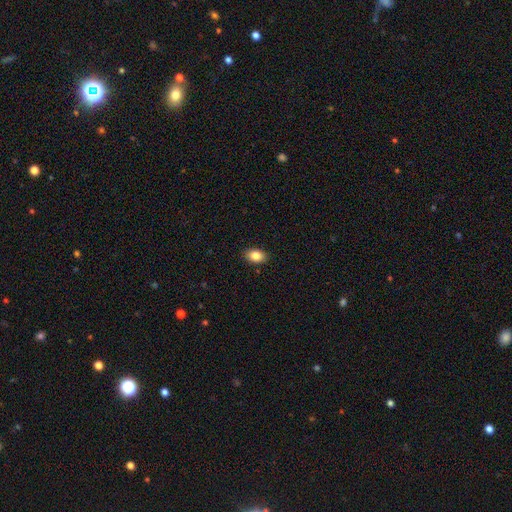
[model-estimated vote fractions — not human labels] Q: Smooth or featured?
A: smooth (85%); runner-up: star or artifact (8%)
Q: How rounded?
A: in between (87%); runner-up: round (12%)
Q: Merging?
A: none (89%); runner-up: minor disturbance (8%)